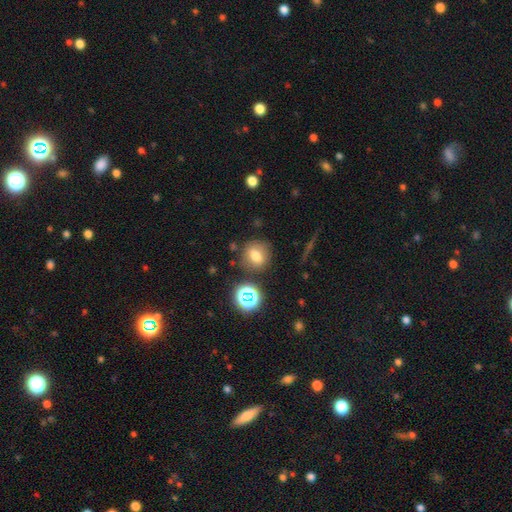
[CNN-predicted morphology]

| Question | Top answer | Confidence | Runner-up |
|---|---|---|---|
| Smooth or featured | smooth | 71% | star or artifact (16%) |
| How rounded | round | 74% | in between (25%) |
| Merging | none | 80% | minor disturbance (11%) |